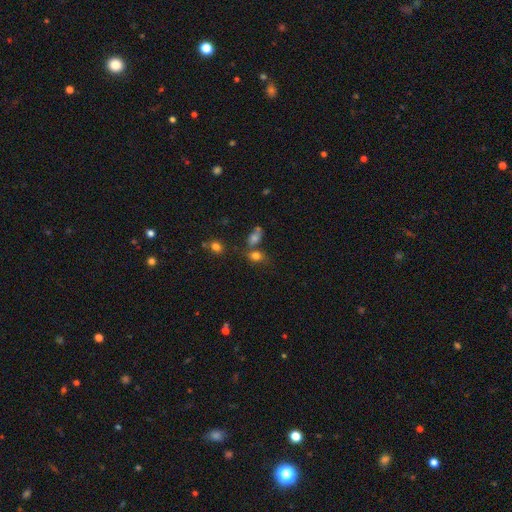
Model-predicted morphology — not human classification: A smooth galaxy with no disk features (76%) that is in between round and cigar-shaped (68%). Merging: none (51%).